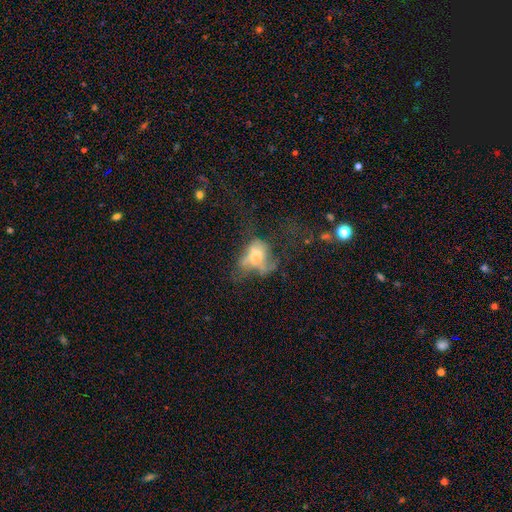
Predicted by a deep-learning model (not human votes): Smooth or featured? Predicted: featured or disk (p=0.44). Merging? Predicted: major disturbance (p=0.50).